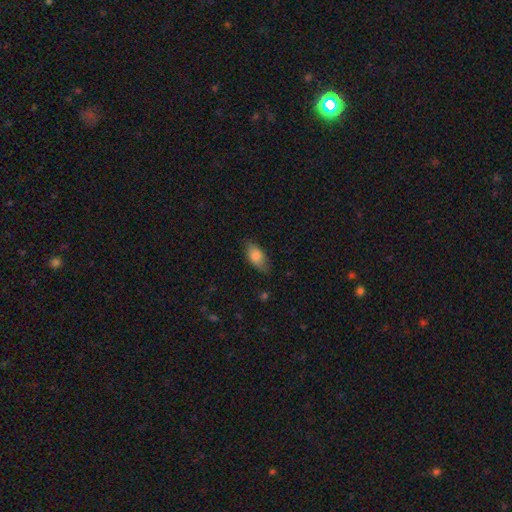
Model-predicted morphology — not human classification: Overall: smooth (81%). How rounded: in between (90%). Merging: none (77%).